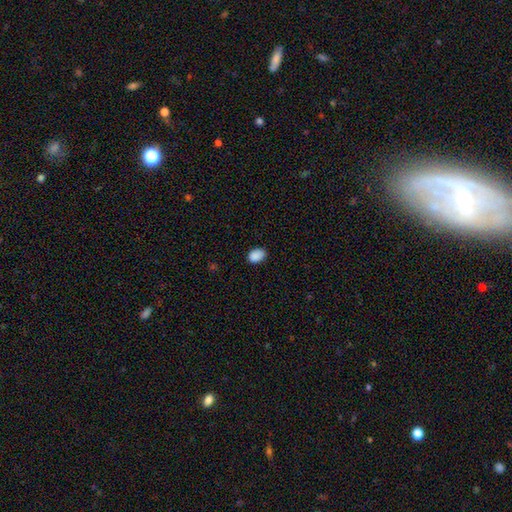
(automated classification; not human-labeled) Q: Smooth or featured?
A: smooth (89%); runner-up: star or artifact (8%)
Q: How rounded?
A: in between (79%); runner-up: round (20%)
Q: Merging?
A: none (85%); runner-up: minor disturbance (12%)